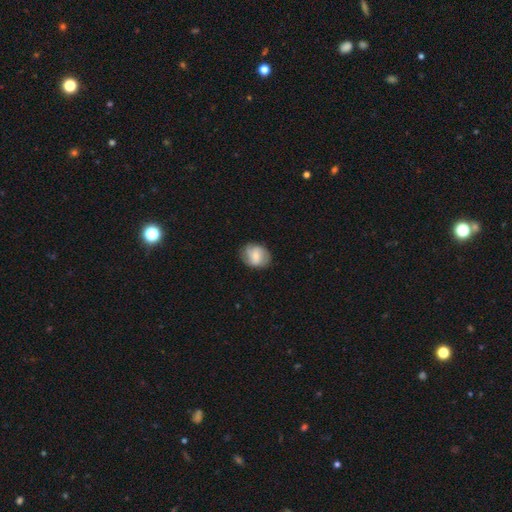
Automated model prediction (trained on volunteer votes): Morphology: type=featured or disk (48%); merging=none (76%).